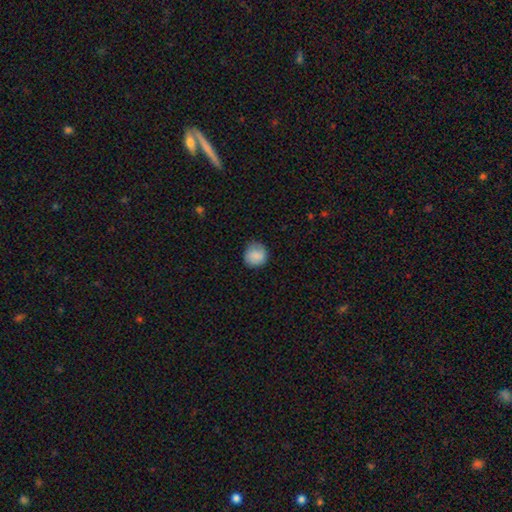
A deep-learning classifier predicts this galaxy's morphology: smooth_or_featured: smooth (p=0.86) [alt: star or artifact p=0.07]
how_rounded: round (p=0.88) [alt: in between p=0.11]
merging: none (p=0.80) [alt: minor disturbance p=0.16]